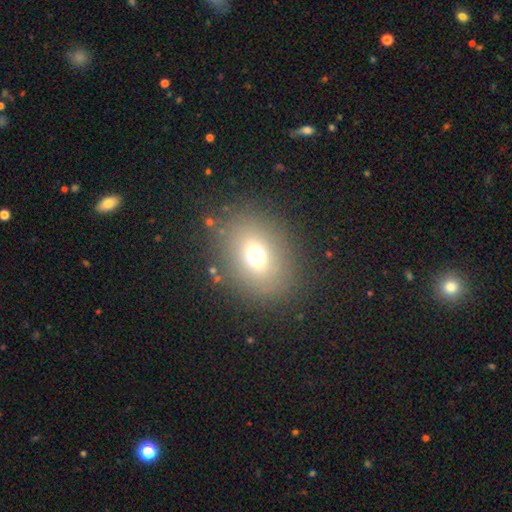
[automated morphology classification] Overall: smooth (67%). How rounded: in between (52%; round 47%). Merging: none (83%).